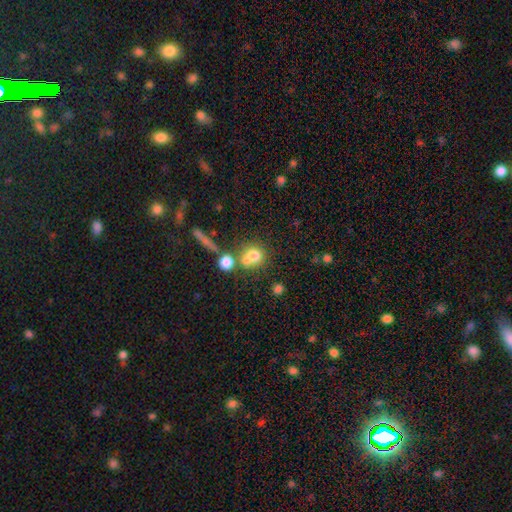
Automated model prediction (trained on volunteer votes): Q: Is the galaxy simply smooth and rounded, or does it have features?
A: smooth — 71%.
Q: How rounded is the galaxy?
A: round — 73%.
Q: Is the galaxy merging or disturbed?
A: merger — 44%.